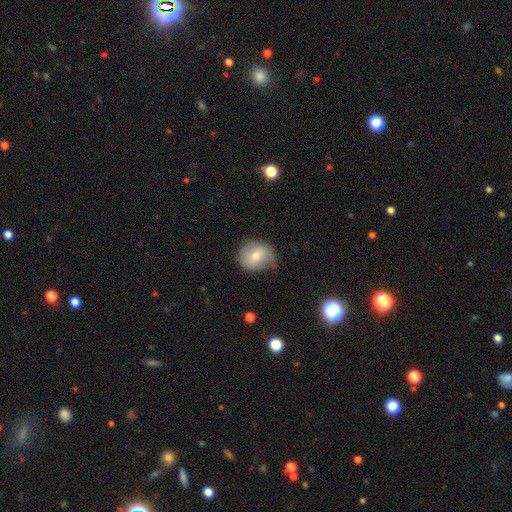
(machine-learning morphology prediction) Smooth or featured?
  - smooth: 69% *
  - featured or disk: 23%
  - star or artifact: 8%
How rounded?
  - round: 70% *
  - in between: 29%
  - cigar-shaped: 1%
Merging?
  - none: 62% *
  - minor disturbance: 29%
  - major disturbance: 7%
  - merger: 2%